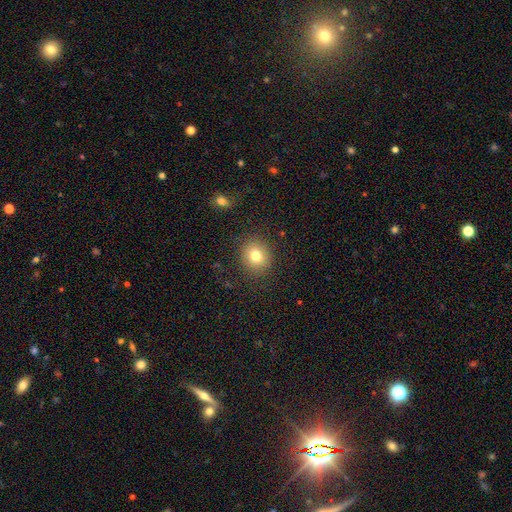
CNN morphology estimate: A smooth galaxy with no disk features (78%) that is round (81%). Merging: none (87%).